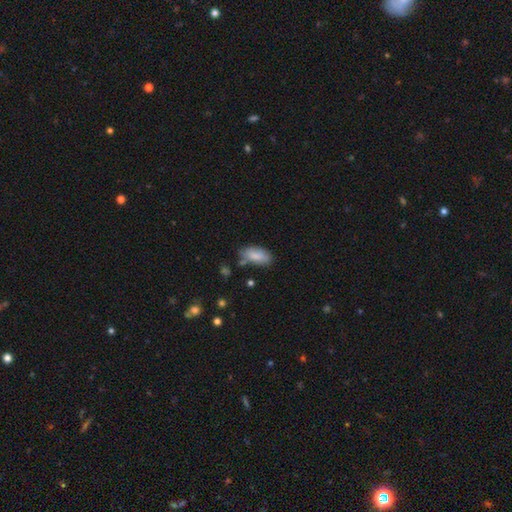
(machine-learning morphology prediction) type=smooth (85%); roundness=in between (91%); merging=none (68%).